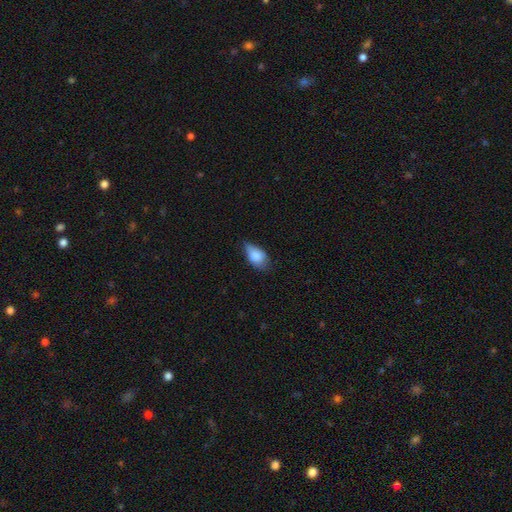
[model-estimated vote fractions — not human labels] Smooth or featured?
  - smooth: 82% *
  - featured or disk: 11%
  - star or artifact: 7%
How rounded?
  - in between: 90% *
  - round: 7%
  - cigar-shaped: 3%
Merging?
  - none: 53% *
  - minor disturbance: 38%
  - major disturbance: 8%
  - merger: 2%